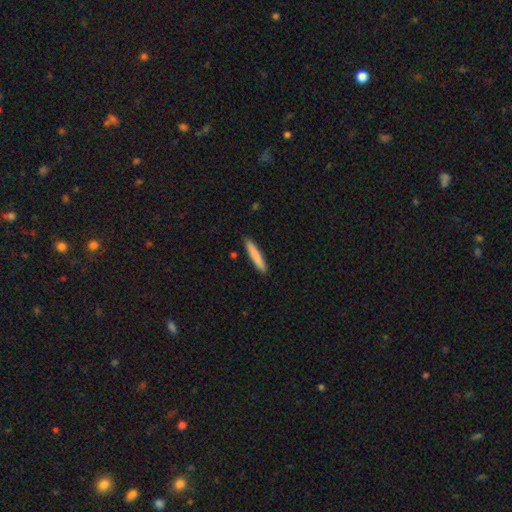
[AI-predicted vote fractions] This is clearly a smooth galaxy (83%). How rounded: clearly cigar-shaped (93%). Merging: clearly none (90%).